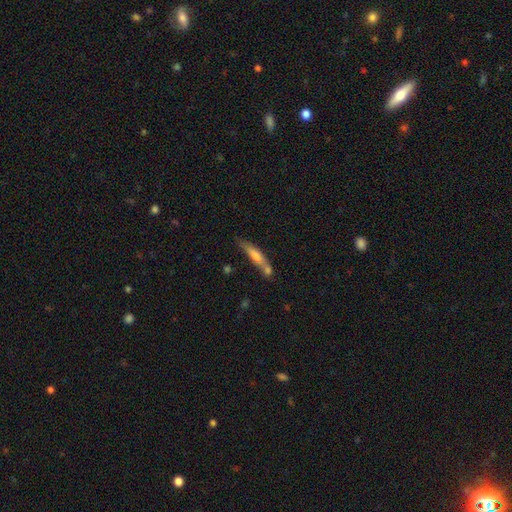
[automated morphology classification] smooth 61%, featured or disk 32%, star or artifact 7%. Down the decision tree: how rounded — cigar-shaped (85%); merging — none (50%).